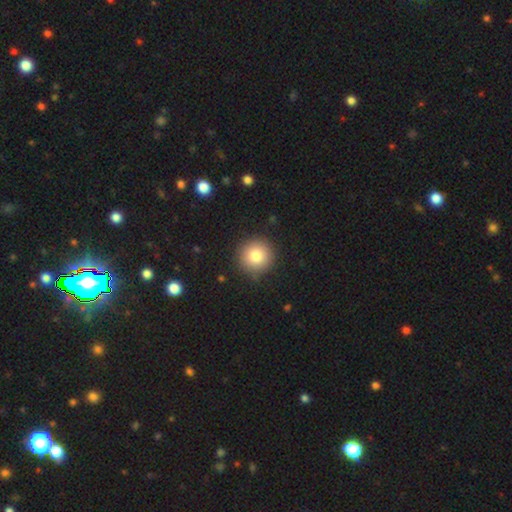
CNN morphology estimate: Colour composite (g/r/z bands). It shows a smooth galaxy with no disk features (81%) that is round (95%). Merging: none (89%).